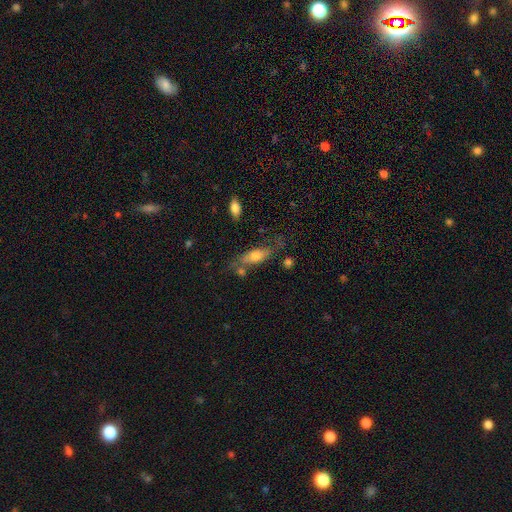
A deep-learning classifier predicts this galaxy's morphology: This is likely a smooth galaxy (63%). How rounded: likely in between (71%). Merging: possibly none (55%).